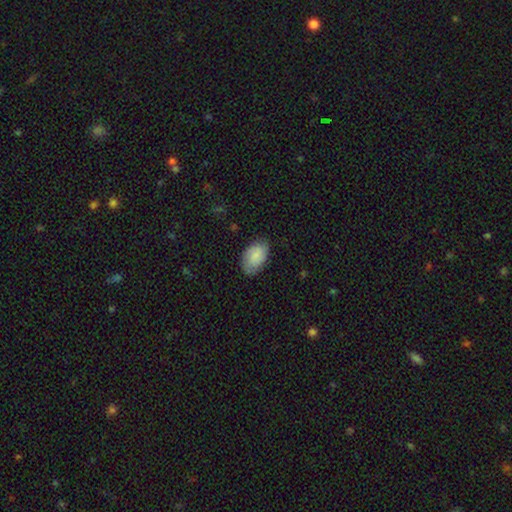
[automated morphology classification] Q: Smooth or featured?
A: smooth (74%); runner-up: featured or disk (19%)
Q: How rounded?
A: in between (92%); runner-up: round (7%)
Q: Merging?
A: none (75%); runner-up: minor disturbance (20%)